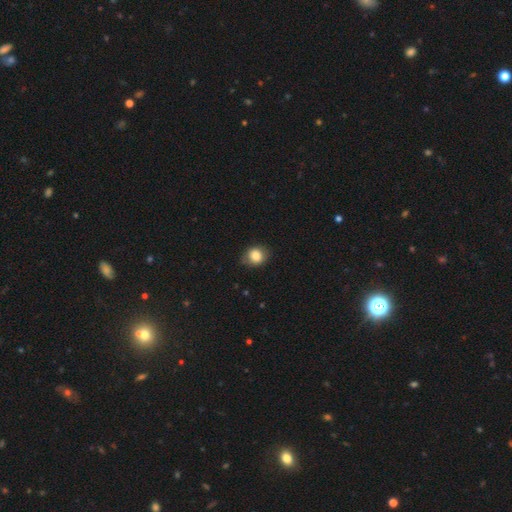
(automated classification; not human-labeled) Overall: smooth (82%). How rounded: round (68%; in between 31%). Merging: none (76%).